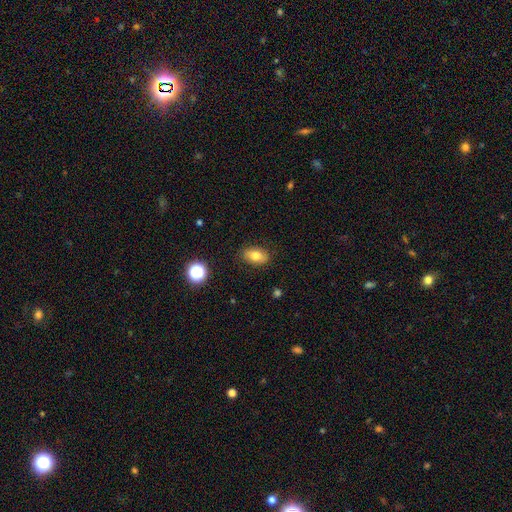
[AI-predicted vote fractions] Overall: smooth (77%). How rounded: in between (87%). Merging: none (86%).